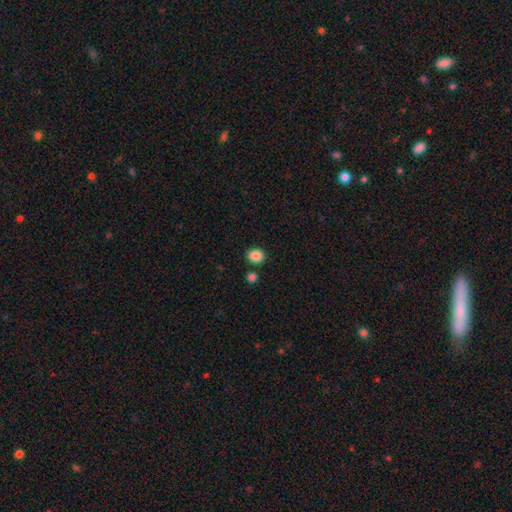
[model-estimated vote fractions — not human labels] Smooth or featured? Predicted: smooth (p=0.87). How rounded? Predicted: round (p=0.68). Merging? Predicted: none (p=0.83).